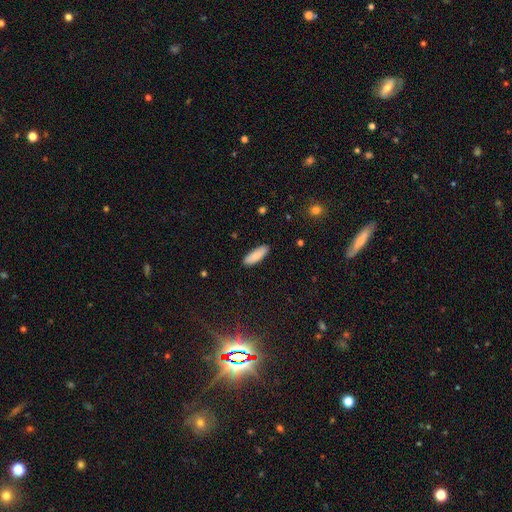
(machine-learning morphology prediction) type=smooth (85%); roundness=in between (57%); merging=none (89%).